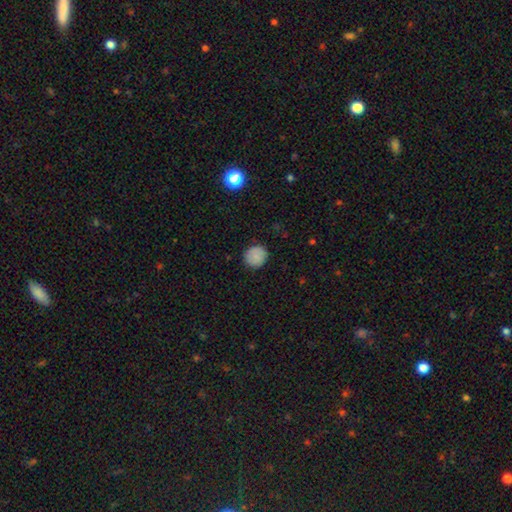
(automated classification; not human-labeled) smooth-or-featured: smooth: 84% | star or artifact: 9% | featured or disk: 7%
  how-rounded: round: 89% | in between: 10% | cigar-shaped: 1%
  merging: none: 88% | minor disturbance: 9% | major disturbance: 2% | merger: 1%